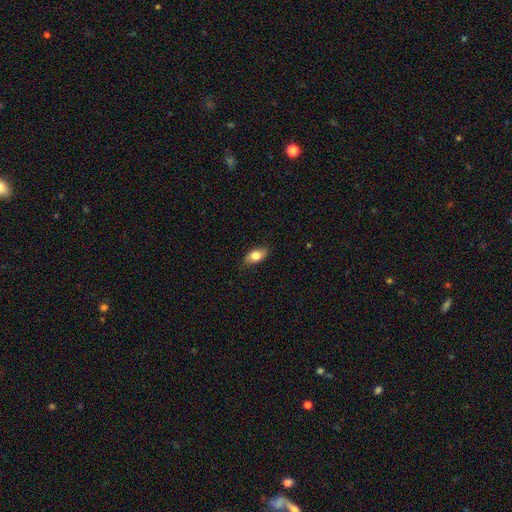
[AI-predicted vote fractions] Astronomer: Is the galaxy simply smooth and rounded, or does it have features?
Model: smooth — 78%.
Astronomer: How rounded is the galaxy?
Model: in between — 88%.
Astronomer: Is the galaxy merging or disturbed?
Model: none — 83%.